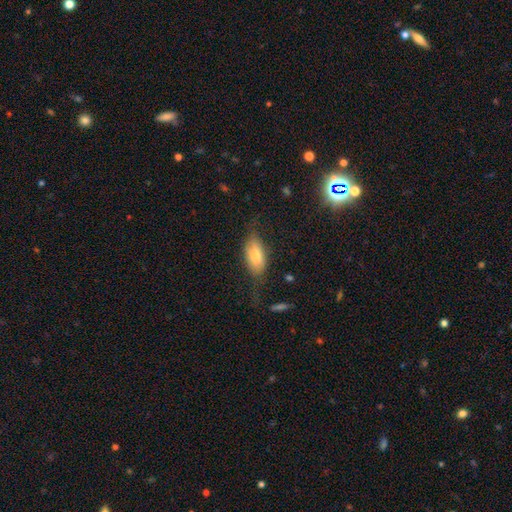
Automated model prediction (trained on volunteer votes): A smooth galaxy with no disk features (75%) that is in between round and cigar-shaped (87%). Merging: none (59%).